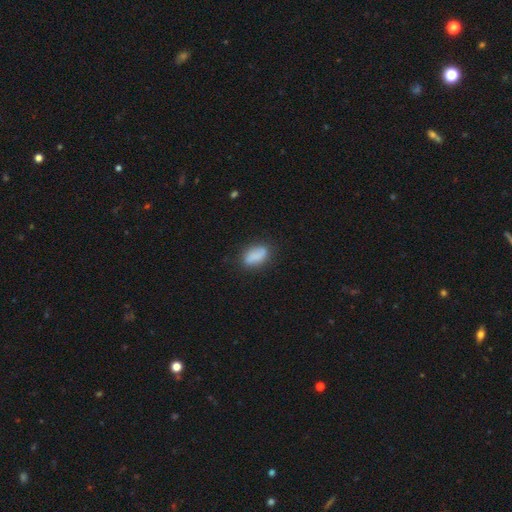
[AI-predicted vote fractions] This appears to be a smooth galaxy with no disk features (80%) that is in between round and cigar-shaped (84%). Merging: none (76%).